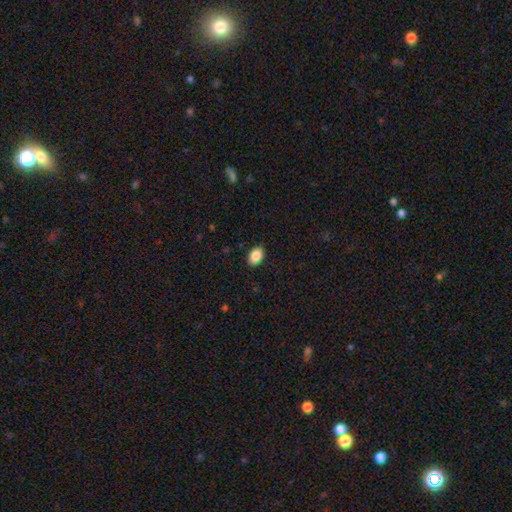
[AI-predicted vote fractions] Smooth or featured? smooth (88%)
How rounded? in between (87%)
Merging? none (89%)